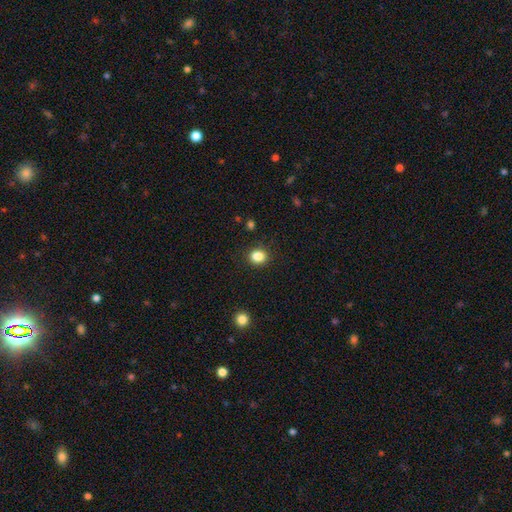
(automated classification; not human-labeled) Morphology: type=smooth (86%); roundness=round (64%); merging=none (87%).